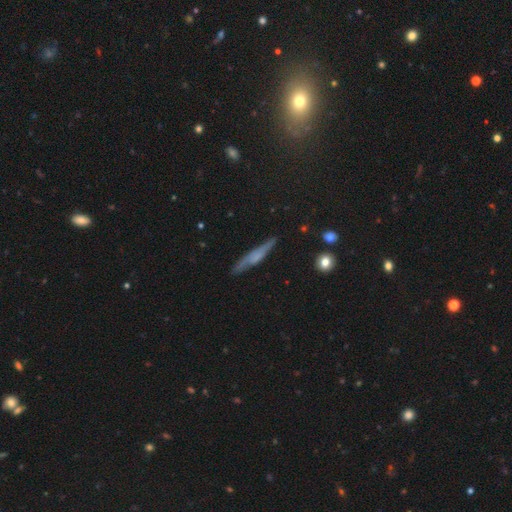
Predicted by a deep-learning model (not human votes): Smooth or featured?
  - featured or disk: 51% *
  - smooth: 40%
  - star or artifact: 9%
Edge-on disk?
  - yes: 88% *
  - no: 12%
Merging?
  - none: 79% *
  - minor disturbance: 15%
  - major disturbance: 3%
  - merger: 2%